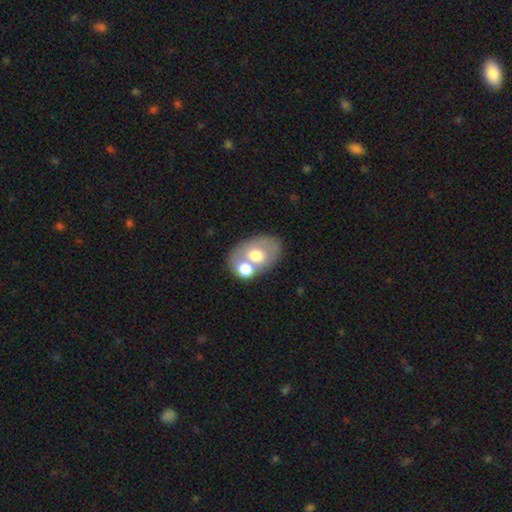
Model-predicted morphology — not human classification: The model was most divided on "merging": none: 42%, merger: 40%, minor disturbance: 12%, major disturbance: 6%. More confident: how rounded — in between (78%); smooth or featured — smooth (59%).